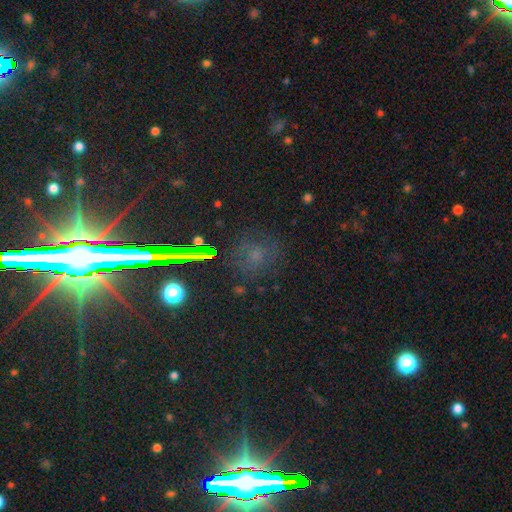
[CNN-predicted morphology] This is possibly a star or artifact rather than a galaxy (56%).